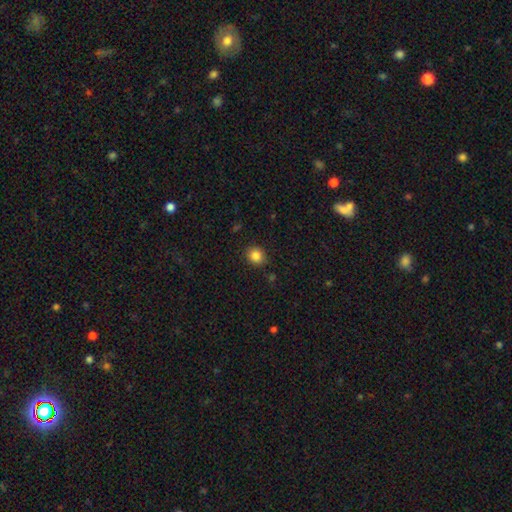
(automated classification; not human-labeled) Q: Smooth or featured?
A: smooth (85%); runner-up: star or artifact (10%)
Q: How rounded?
A: round (81%); runner-up: in between (18%)
Q: Merging?
A: none (89%); runner-up: minor disturbance (8%)